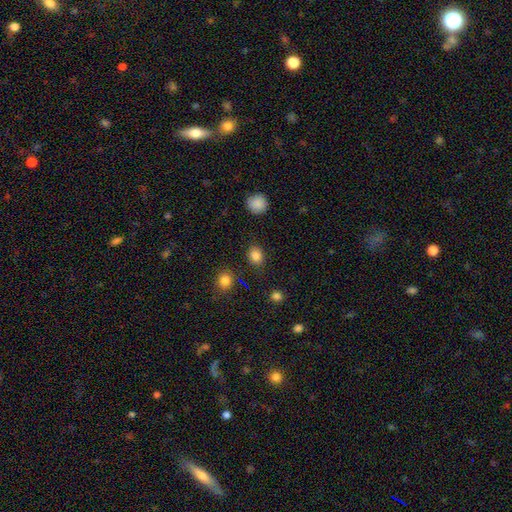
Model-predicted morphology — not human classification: smooth-or-featured: smooth: 84% | star or artifact: 12% | featured or disk: 5%
  how-rounded: round: 56% | in between: 43% | cigar-shaped: 1%
  merging: none: 85% | minor disturbance: 10% | major disturbance: 3% | merger: 2%